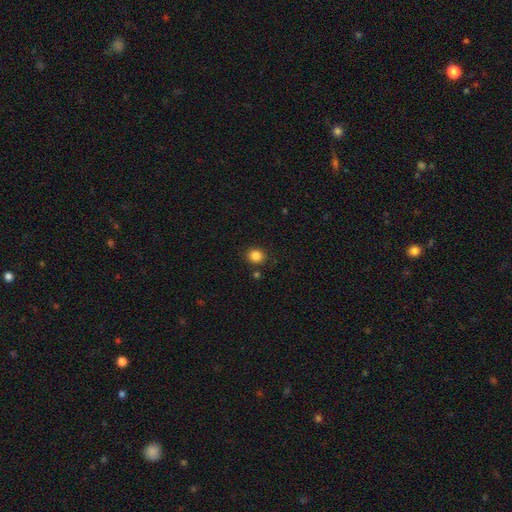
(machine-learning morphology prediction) smooth-or-featured: smooth: 85% | star or artifact: 11% | featured or disk: 4%
  how-rounded: round: 80% | in between: 19% | cigar-shaped: 1%
  merging: none: 86% | minor disturbance: 8% | merger: 3% | major disturbance: 3%